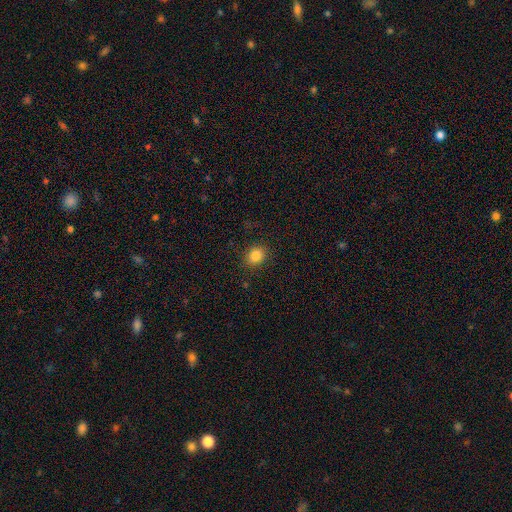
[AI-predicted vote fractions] This appears to be a smooth galaxy with no disk features (84%) that is round (60%). Merging: none (88%).